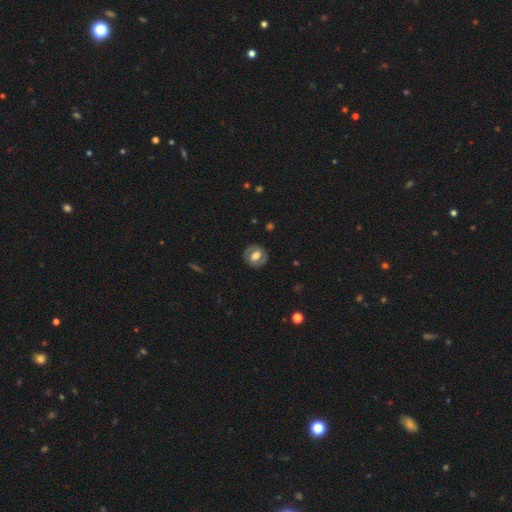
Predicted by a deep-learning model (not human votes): A featured or disk galaxy (51%).

Vote fractions:
- Smooth or featured? featured or disk: 51% / smooth: 43% / star or artifact: 7%
- Edge-on disk? no: 95% / yes: 5%
- Merging? none: 85% / minor disturbance: 11% / major disturbance: 4% / merger: 1%